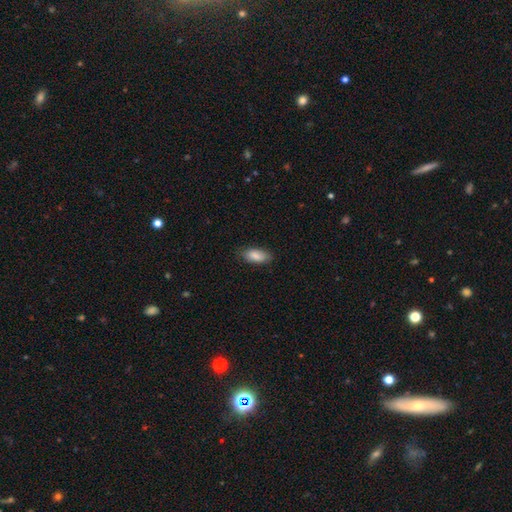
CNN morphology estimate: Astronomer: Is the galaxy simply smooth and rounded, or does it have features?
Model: smooth — 87%.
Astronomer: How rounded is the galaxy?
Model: in between — 87%.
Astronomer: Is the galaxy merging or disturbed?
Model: none — 80%.